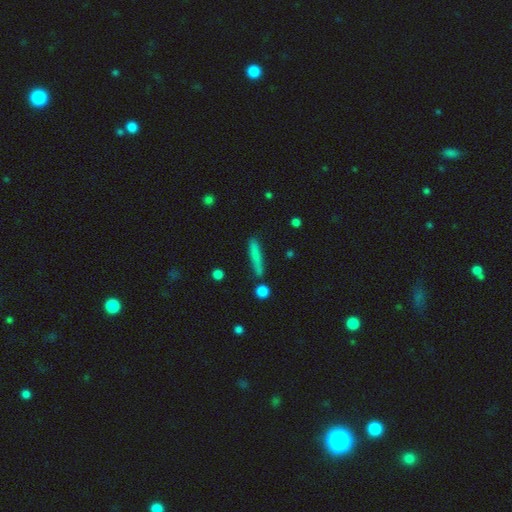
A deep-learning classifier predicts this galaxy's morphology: Smooth or featured?
  - smooth: 76% *
  - featured or disk: 16%
  - star or artifact: 8%
How rounded?
  - cigar-shaped: 90% *
  - in between: 7%
  - round: 2%
Merging?
  - none: 81% *
  - minor disturbance: 12%
  - merger: 4%
  - major disturbance: 3%